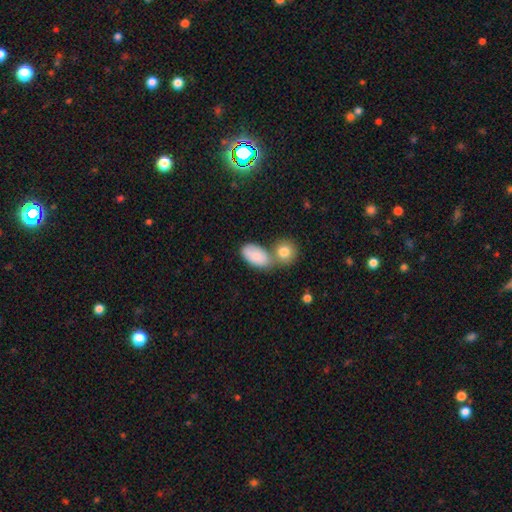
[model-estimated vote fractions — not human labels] Smooth or featured: smooth — 83% (featured or disk — 10%)
How rounded: in between — 90% (round — 8%)
Merging: merger — 45% (none — 37%)